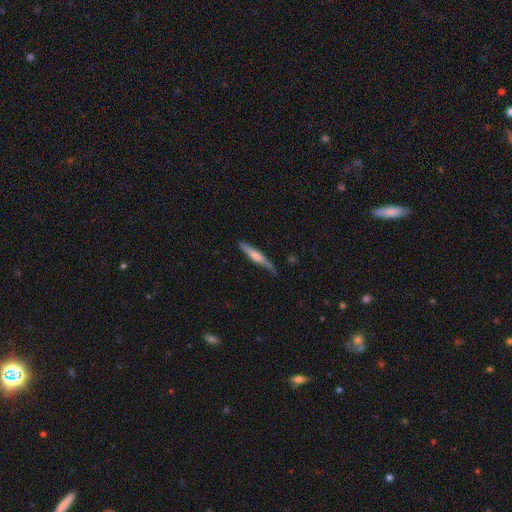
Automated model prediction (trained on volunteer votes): smooth_or_featured: featured or disk (p=0.48) [alt: smooth p=0.47]
merging: none (p=0.66) [alt: minor disturbance p=0.25]